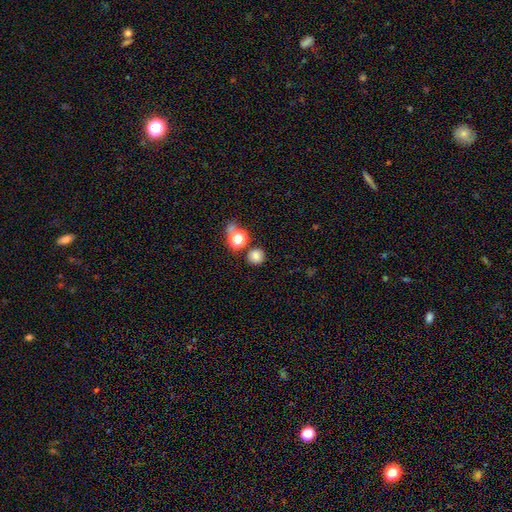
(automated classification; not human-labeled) Smooth or featured: smooth — 76% (star or artifact — 17%)
How rounded: round — 90% (in between — 9%)
Merging: none — 81% (minor disturbance — 8%)